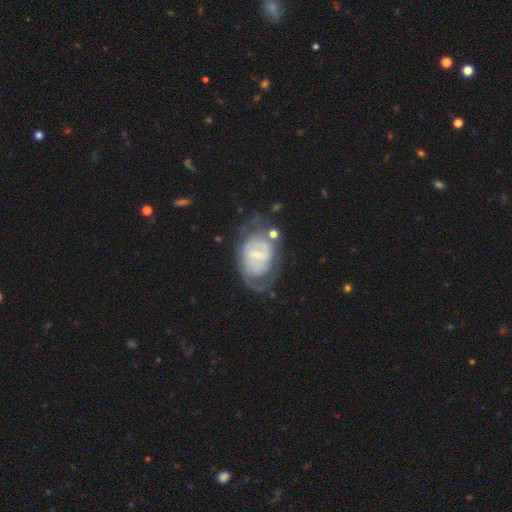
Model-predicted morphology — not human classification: This is likely a featured or disk galaxy (73%). It is clearly not viewed edge-on (96%). Bar: possibly weak (48%). Spiral arm pattern: clearly yes (81%). Spiral arm count: possibly 2 (45%). Spiral winding: possibly tight (52%). Central bulge: likely small (61%). Merging: possibly none (60%).